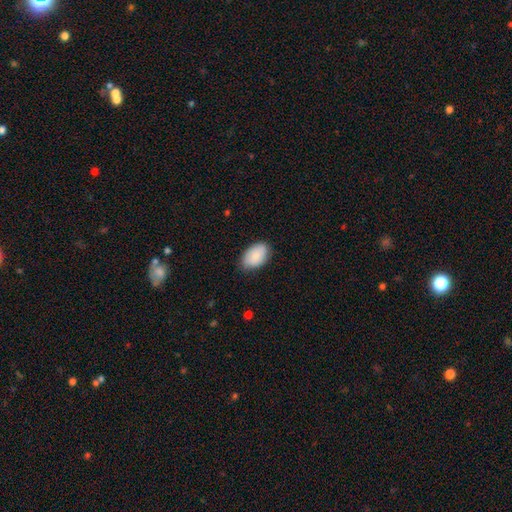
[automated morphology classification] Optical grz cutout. It shows a smooth galaxy with no disk features (84%) that is in between round and cigar-shaped (92%). Merging: none (78%).